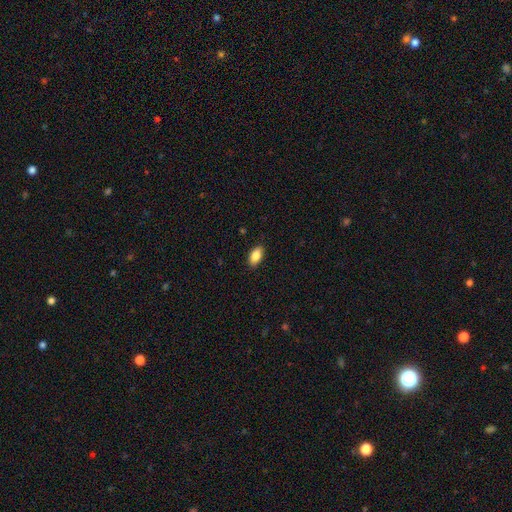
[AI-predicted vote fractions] The model was most divided on "smooth or featured": smooth: 85%, featured or disk: 8%, star or artifact: 7%. More confident: how rounded — in between (91%); merging — none (88%).